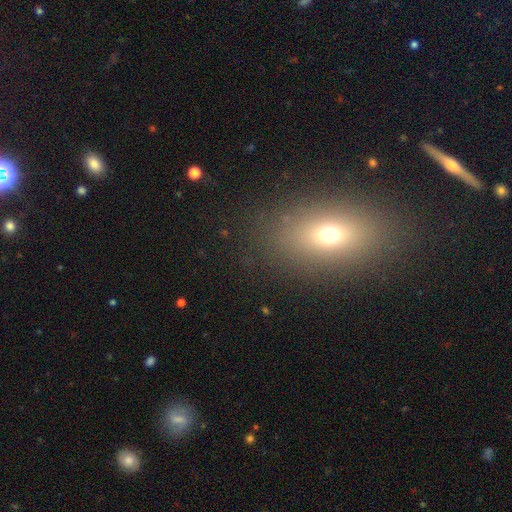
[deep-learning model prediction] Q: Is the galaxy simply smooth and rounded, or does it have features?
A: smooth — 59%.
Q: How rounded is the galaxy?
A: in between — 74%.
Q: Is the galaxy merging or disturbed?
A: none — 87%.